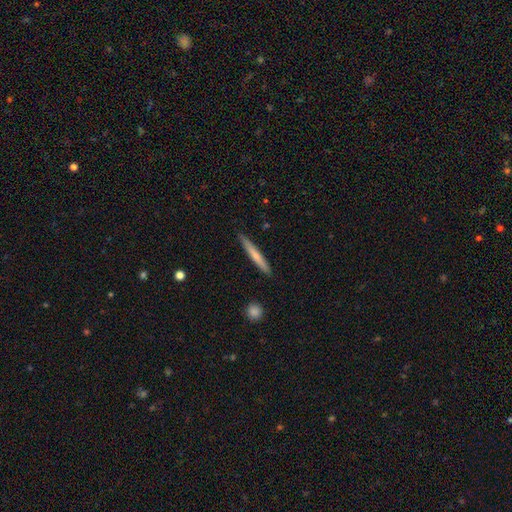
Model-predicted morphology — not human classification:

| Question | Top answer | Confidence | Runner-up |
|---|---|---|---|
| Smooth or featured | smooth | 60% | featured or disk (35%) |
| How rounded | cigar-shaped | 96% | in between (3%) |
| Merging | none | 89% | minor disturbance (8%) |